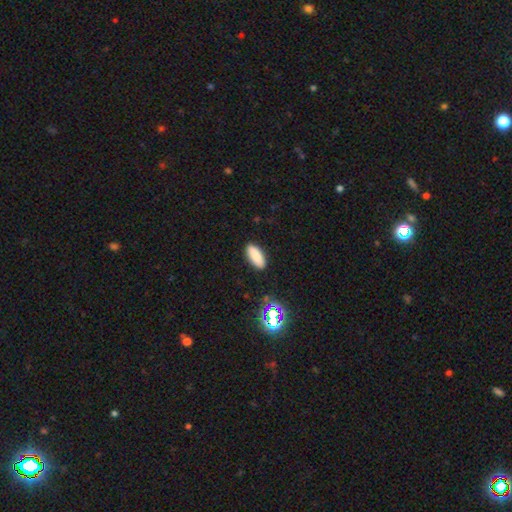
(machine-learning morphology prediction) smooth_or_featured: smooth (p=0.86) [alt: star or artifact p=0.09]
how_rounded: in between (p=0.82) [alt: cigar-shaped p=0.16]
merging: none (p=0.89) [alt: minor disturbance p=0.08]